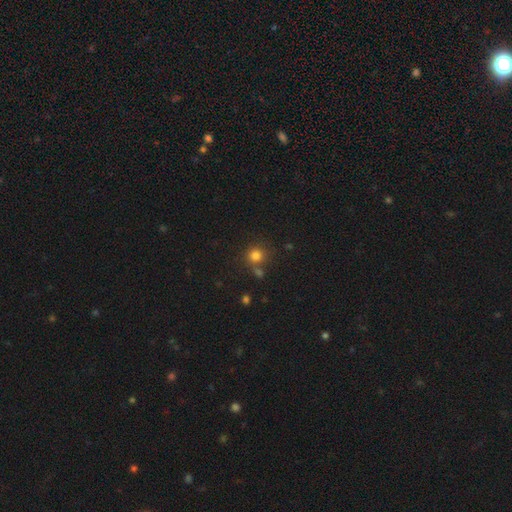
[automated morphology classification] Overall: smooth (80%). How rounded: round (87%). Merging: none (68%).